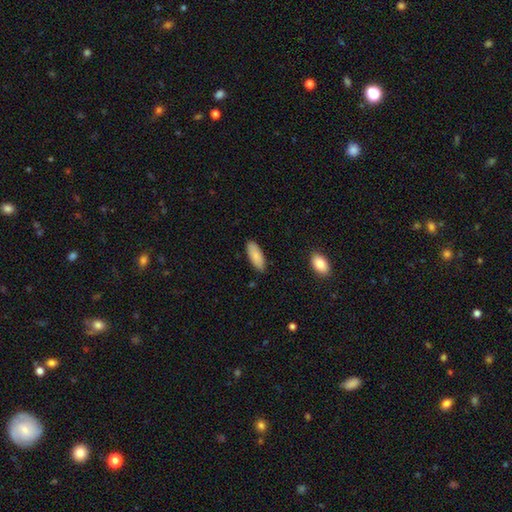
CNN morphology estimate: Smooth or featured: smooth — 86% (featured or disk — 8%)
How rounded: in between — 78% (cigar-shaped — 20%)
Merging: none — 85% (minor disturbance — 12%)